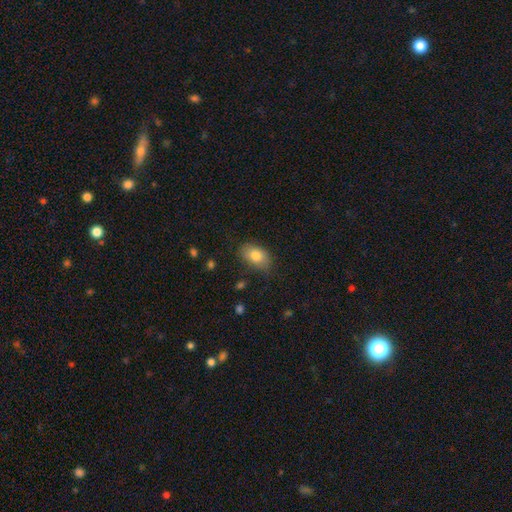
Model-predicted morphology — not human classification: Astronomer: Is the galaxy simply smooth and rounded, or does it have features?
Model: smooth — 81%.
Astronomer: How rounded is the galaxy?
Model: in between — 88%.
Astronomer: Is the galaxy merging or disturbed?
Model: none — 77%.